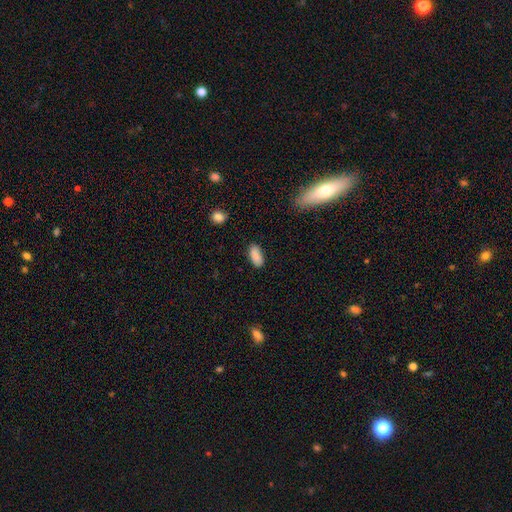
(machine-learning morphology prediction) This is clearly a smooth galaxy (88%). How rounded: clearly in between (90%). Merging: clearly none (83%).